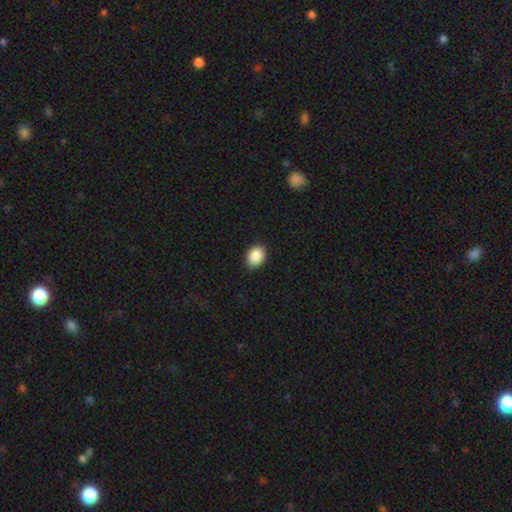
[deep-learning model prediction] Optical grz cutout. It shows a smooth galaxy with no disk features (88%) that is in between round and cigar-shaped (67%). Merging: none (89%).